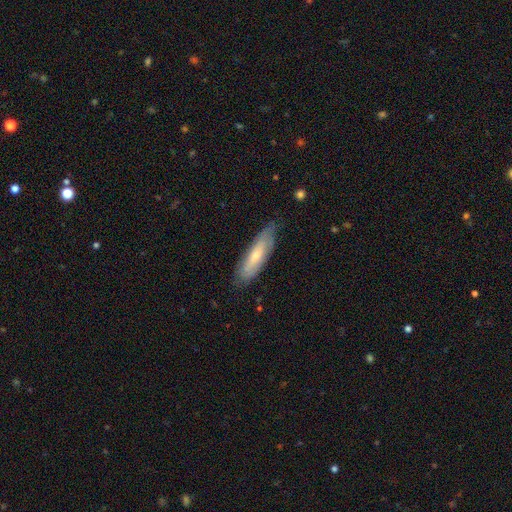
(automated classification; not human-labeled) Q: Smooth or featured?
A: smooth (57%); runner-up: featured or disk (37%)
Q: How rounded?
A: cigar-shaped (61%); runner-up: in between (37%)
Q: Merging?
A: none (73%); runner-up: minor disturbance (21%)